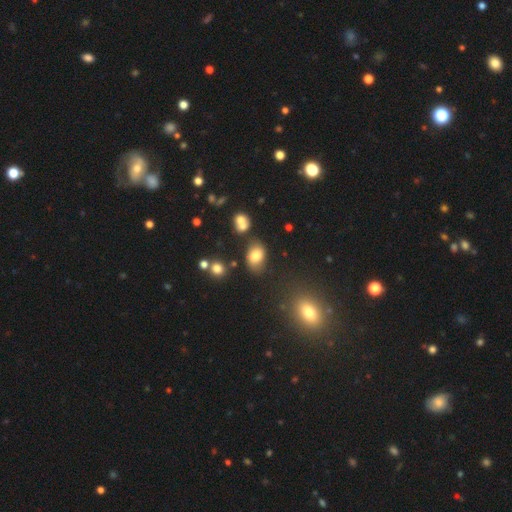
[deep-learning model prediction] smooth-or-featured: smooth: 76% | featured or disk: 12% | star or artifact: 11%
  how-rounded: in between: 79% | round: 20% | cigar-shaped: 1%
  merging: none: 69% | minor disturbance: 17% | merger: 9% | major disturbance: 5%